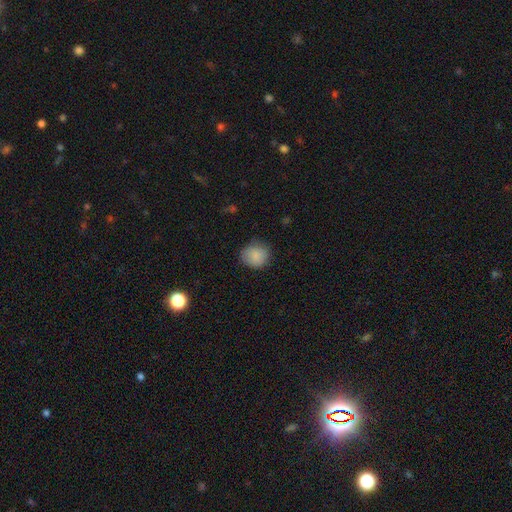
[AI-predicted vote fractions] This is clearly a smooth galaxy (86%). How rounded: clearly round (80%). Merging: likely none (76%).